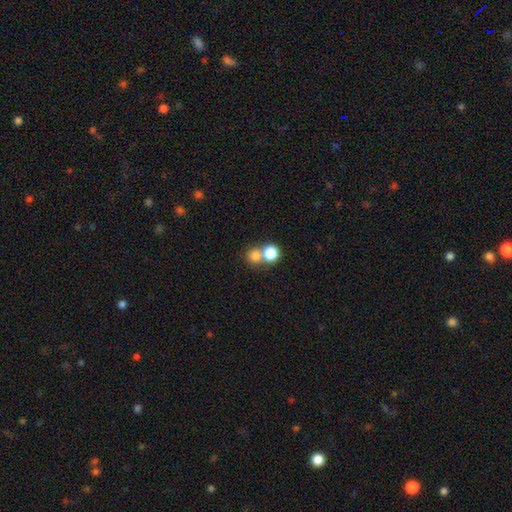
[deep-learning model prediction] smooth_or_featured: smooth (p=0.78) [alt: star or artifact p=0.14]
how_rounded: round (p=0.88) [alt: in between p=0.11]
merging: none (p=0.50) [alt: merger p=0.42]